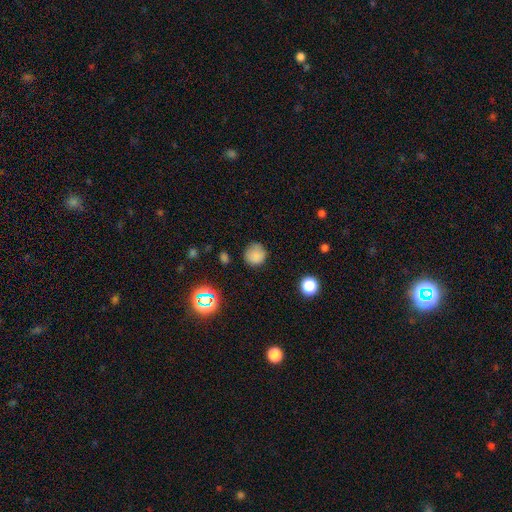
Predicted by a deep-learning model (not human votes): Q: Smooth or featured?
A: smooth (80%); runner-up: star or artifact (14%)
Q: How rounded?
A: round (92%); runner-up: in between (7%)
Q: Merging?
A: none (79%); runner-up: minor disturbance (15%)